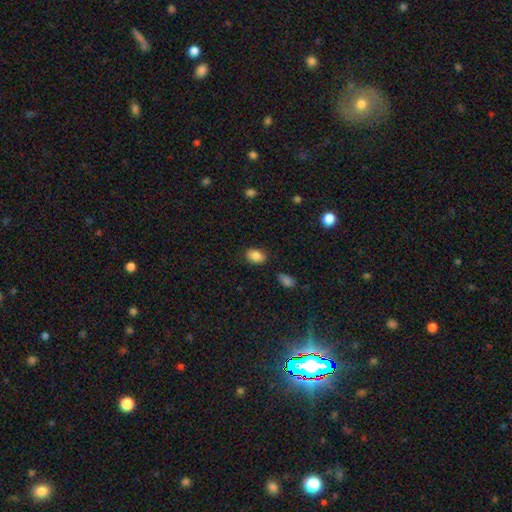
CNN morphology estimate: A smooth galaxy with no disk features (86%) that is in between round and cigar-shaped (81%). Merging: none (82%).